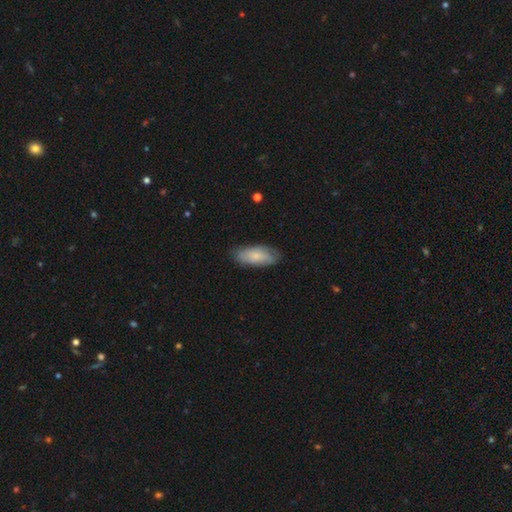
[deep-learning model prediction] Morphology: type=smooth (72%); roundness=in between (84%); merging=none (76%).